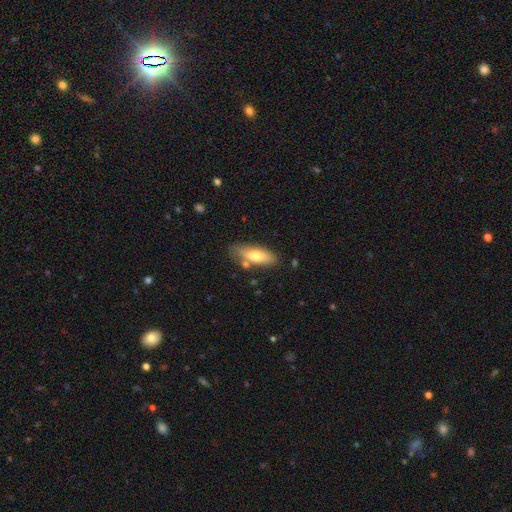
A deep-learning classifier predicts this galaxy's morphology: type=smooth (67%); roundness=in between (64%); merging=none (73%).